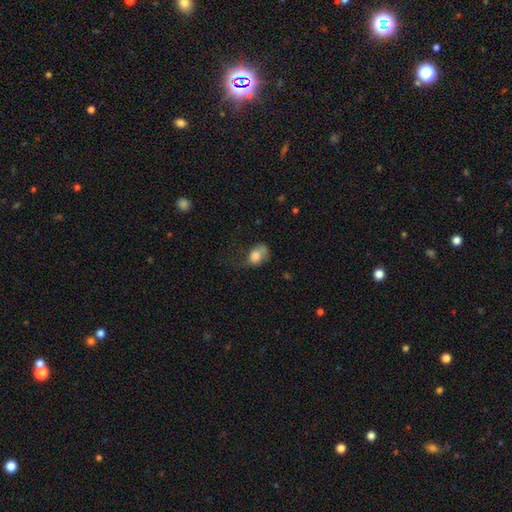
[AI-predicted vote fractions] Smooth or featured? Predicted: smooth (p=0.74). How rounded? Predicted: in between (p=0.67). Merging? Predicted: major disturbance (p=0.41).